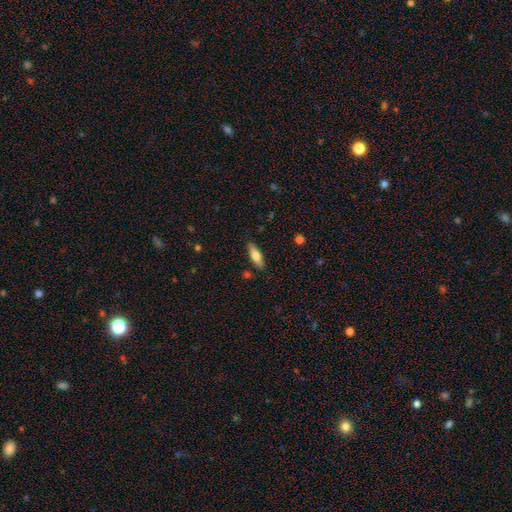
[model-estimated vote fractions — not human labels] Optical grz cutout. It shows a smooth galaxy with no disk features (67%) that is in between round and cigar-shaped (51%). Merging: none (86%).